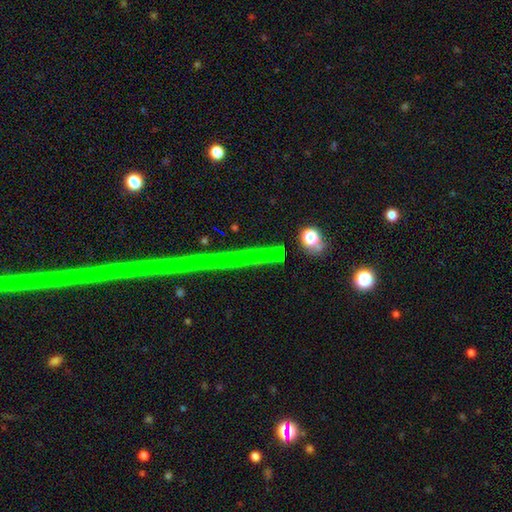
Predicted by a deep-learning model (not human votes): smooth_or_featured: star or artifact (p=0.70) [alt: featured or disk p=0.17]